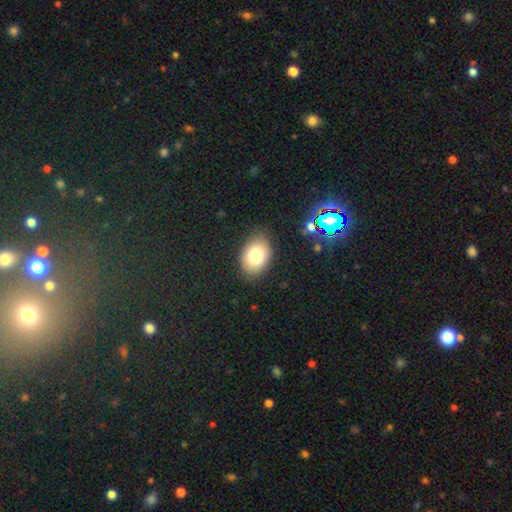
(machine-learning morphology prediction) smooth 80%, featured or disk 11%, star or artifact 9%. Down the decision tree: how rounded — in between (82%); merging — none (84%).